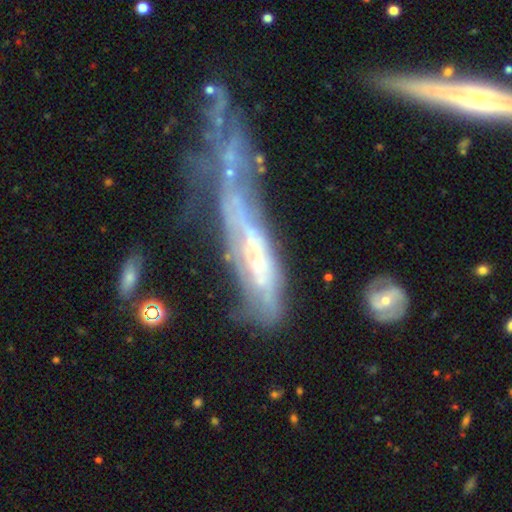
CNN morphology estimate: Overall: featured or disk (62%; smooth 27%). Edge-on disk: no (58%; yes 42%). Merging: major disturbance (33%; merger 24%).